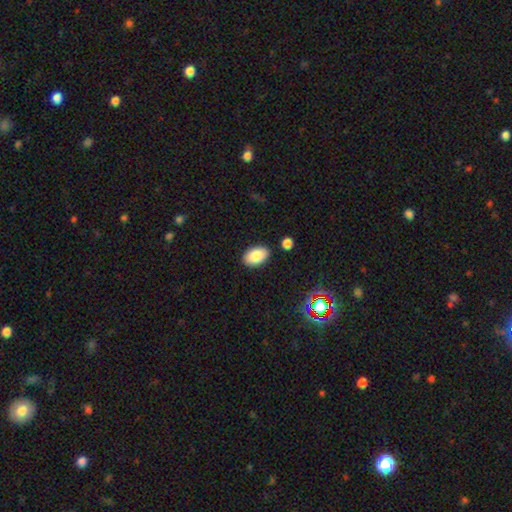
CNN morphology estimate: smooth-or-featured: smooth: 85% | featured or disk: 8% | star or artifact: 7%
  how-rounded: in between: 92% | round: 7% | cigar-shaped: 1%
  merging: none: 86% | minor disturbance: 9% | merger: 3% | major disturbance: 2%